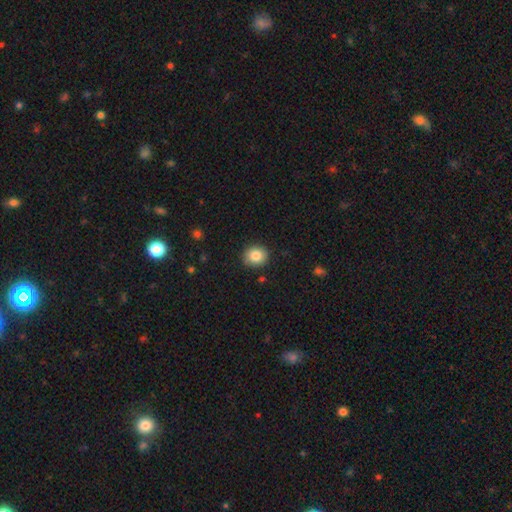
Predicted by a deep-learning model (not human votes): Morphology: type=smooth (85%); roundness=round (79%); merging=none (89%).